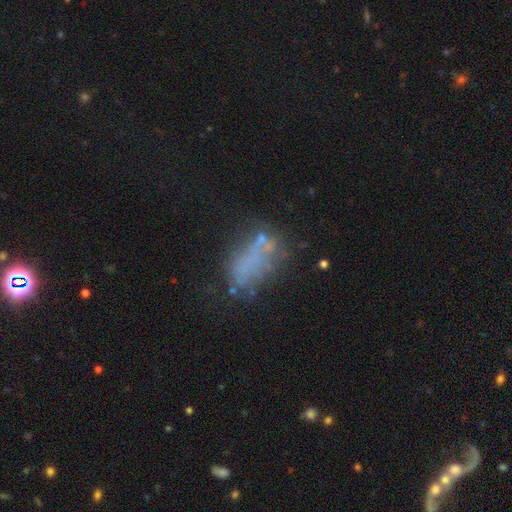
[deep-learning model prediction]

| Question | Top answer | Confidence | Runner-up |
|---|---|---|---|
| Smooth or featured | smooth | 43% | featured or disk (38%) |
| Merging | none | 42% | major disturbance (25%) |